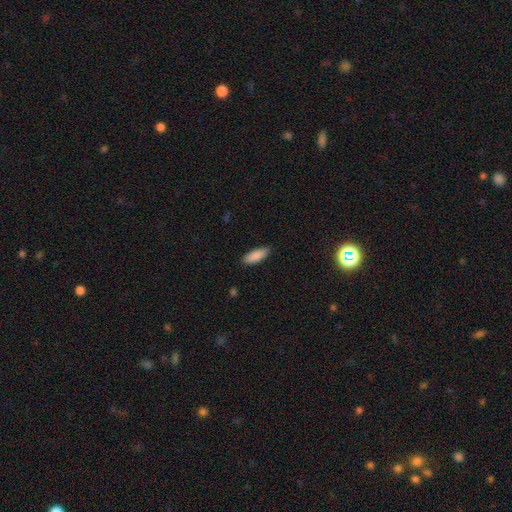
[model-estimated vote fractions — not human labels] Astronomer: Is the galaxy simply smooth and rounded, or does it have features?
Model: smooth — 89%.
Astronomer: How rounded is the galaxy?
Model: in between — 69%.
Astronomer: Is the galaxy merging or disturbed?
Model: none — 86%.